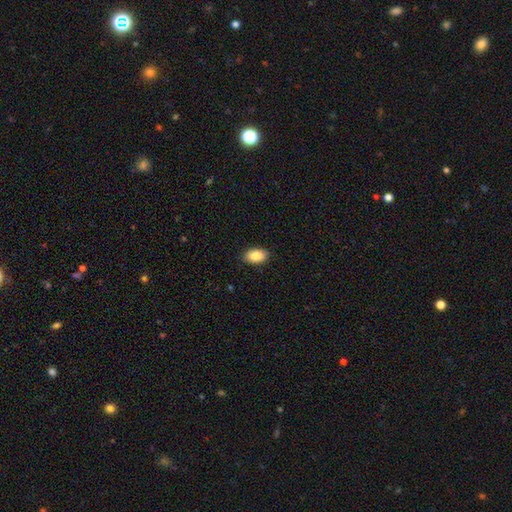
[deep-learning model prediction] smooth_or_featured: smooth (p=0.87) [alt: star or artifact p=0.07]
how_rounded: in between (p=0.91) [alt: round p=0.07]
merging: none (p=0.87) [alt: minor disturbance p=0.10]